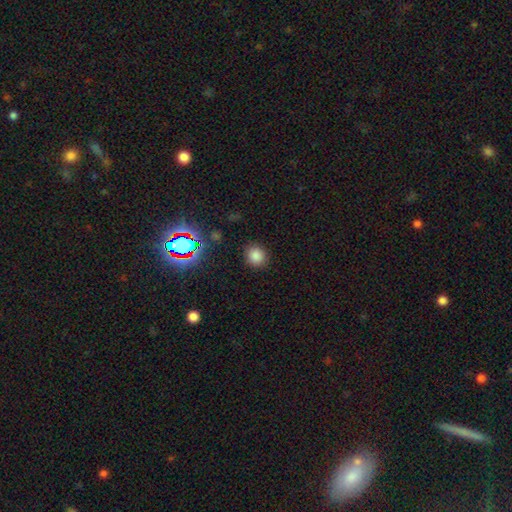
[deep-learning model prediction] This appears to be a smooth galaxy with no disk features (80%) that is round (82%). Merging: none (88%).